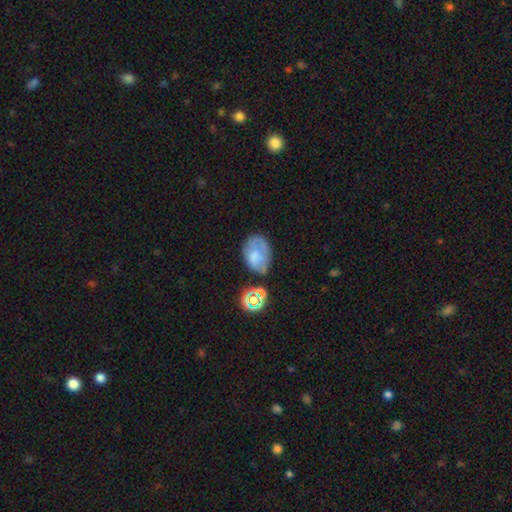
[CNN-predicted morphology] This is possibly a smooth galaxy (57%). How rounded: clearly in between (81%). Merging: possibly none (49%).